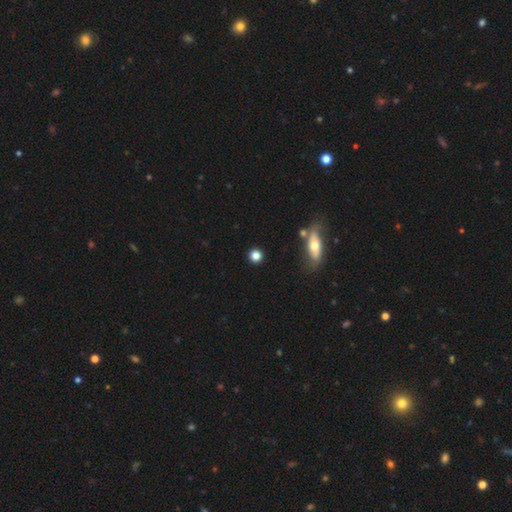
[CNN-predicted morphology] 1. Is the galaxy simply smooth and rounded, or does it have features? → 83% smooth, 10% star or artifact, 8% featured or disk.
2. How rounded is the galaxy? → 90% round, 8% in between, 2% cigar-shaped.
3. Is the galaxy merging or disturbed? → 87% none, 7% minor disturbance, 4% merger, 3% major disturbance.